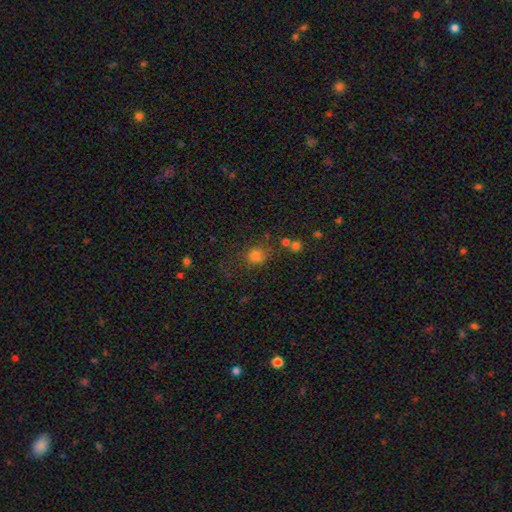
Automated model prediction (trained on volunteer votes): Smooth or featured?
  - smooth: 77% *
  - star or artifact: 16%
  - featured or disk: 7%
How rounded?
  - round: 79% *
  - in between: 20%
  - cigar-shaped: 1%
Merging?
  - none: 70% *
  - minor disturbance: 15%
  - major disturbance: 8%
  - merger: 8%